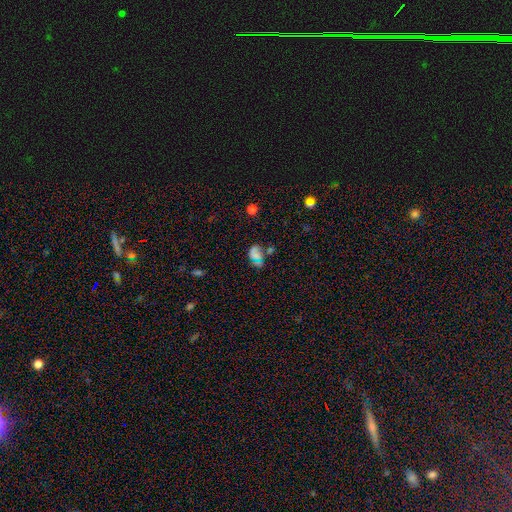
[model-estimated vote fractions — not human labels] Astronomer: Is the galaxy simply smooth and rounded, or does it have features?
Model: smooth — 48% (runner-up: featured or disk, 31%).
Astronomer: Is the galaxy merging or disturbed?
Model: none — 39% (runner-up: minor disturbance, 23%).